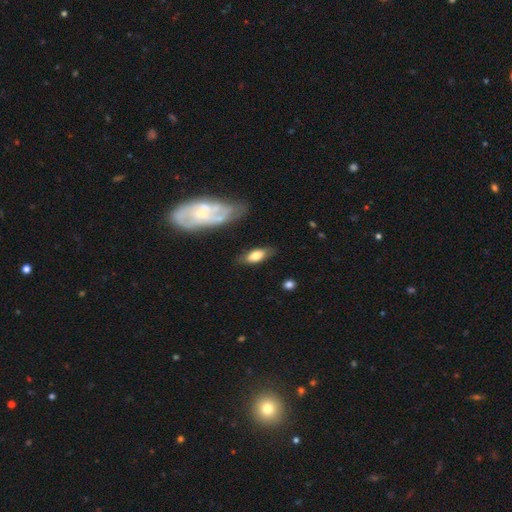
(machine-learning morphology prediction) smooth-or-featured: smooth: 69% | featured or disk: 24% | star or artifact: 6%
  how-rounded: in between: 85% | cigar-shaped: 12% | round: 3%
  merging: none: 72% | minor disturbance: 19% | major disturbance: 6% | merger: 3%